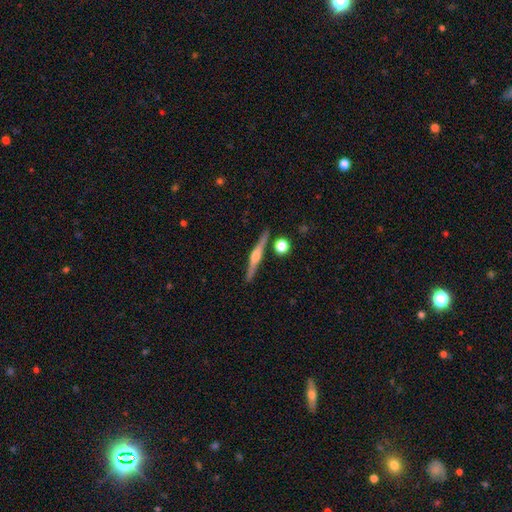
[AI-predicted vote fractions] featured or disk 76%, smooth 18%, star or artifact 6%. Down the decision tree: edge-on disk — yes (98%); edge-on bulge — rounded (88%); merging — none (88%).